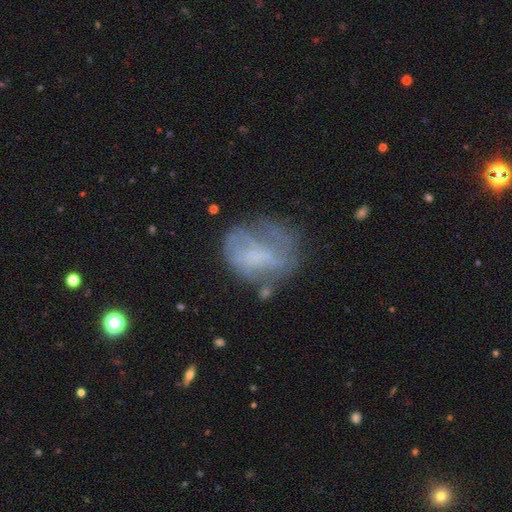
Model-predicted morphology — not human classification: Smooth or featured?
  - featured or disk: 45% *
  - smooth: 42%
  - star or artifact: 13%
Merging?
  - none: 47% *
  - minor disturbance: 26%
  - major disturbance: 22%
  - merger: 5%